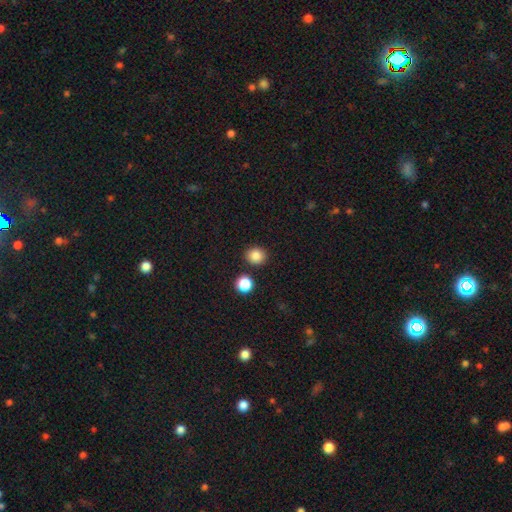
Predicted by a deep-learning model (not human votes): This is clearly a smooth galaxy (85%). How rounded: clearly round (84%). Merging: clearly none (86%).